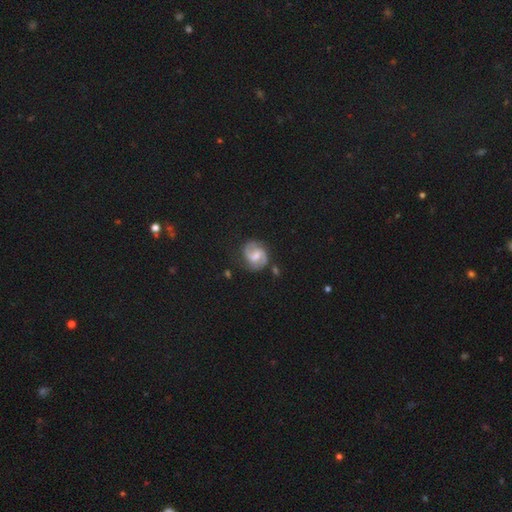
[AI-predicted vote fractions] smooth-or-featured: featured or disk: 81% | smooth: 13% | star or artifact: 6%
  disk-edge-on: no: 98% | yes: 2%
    bar: weak: 57% | no: 27% | strong: 16%
    has-spiral-arms: yes: 96% | no: 4%
      spiral-winding: medium: 54% | tight: 27% | loose: 19%
      spiral-arm-count: 2: 91% | can't tell: 4% | 1: 2% | 3: 2% | 4: 1% | more than 4: 1%
    bulge-size: moderate: 48% | small: 31% | none: 12% | large: 8% | dominant: 1%
  merging: none: 76% | minor disturbance: 15% | major disturbance: 5% | merger: 3%